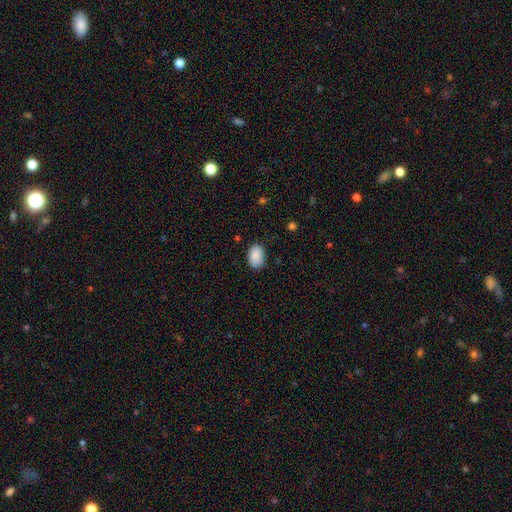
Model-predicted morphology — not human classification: Smooth or featured? Predicted: smooth (p=0.90). How rounded? Predicted: in between (p=0.88). Merging? Predicted: none (p=0.81).